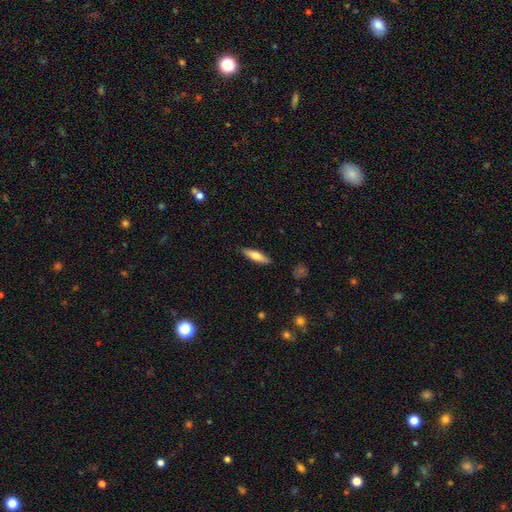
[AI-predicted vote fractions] This is likely a smooth galaxy (69%). How rounded: likely cigar-shaped (64%). Merging: clearly none (88%).